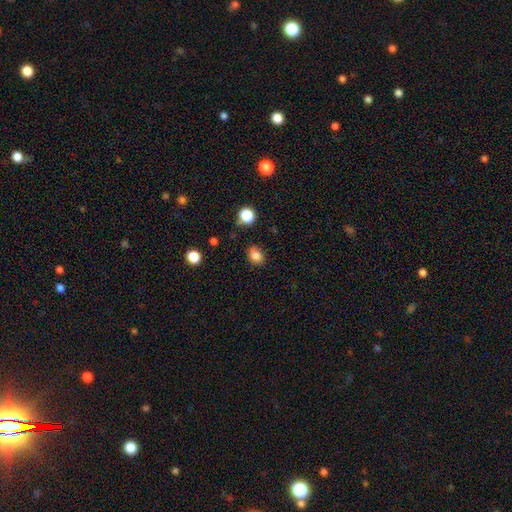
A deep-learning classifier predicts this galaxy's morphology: A smooth galaxy with no disk features (82%) that is in between round and cigar-shaped (60%). Merging: none (80%).